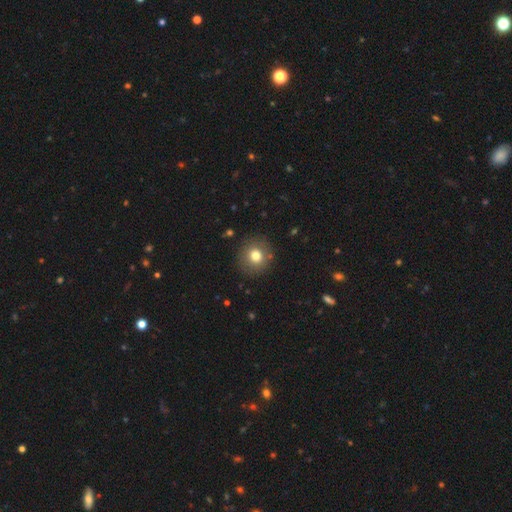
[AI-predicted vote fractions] smooth 77%, featured or disk 12%, star or artifact 11%. Down the decision tree: how rounded — round (91%); merging — none (88%).